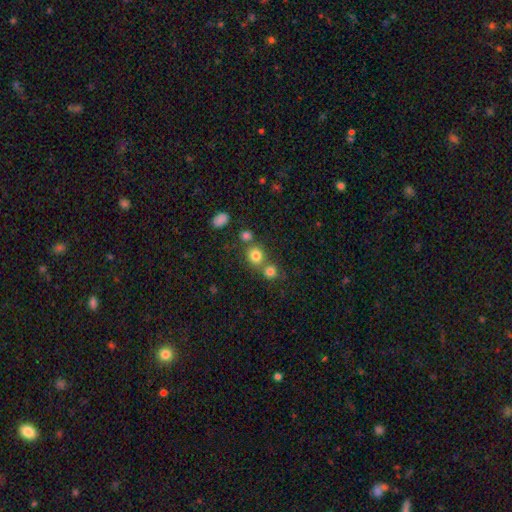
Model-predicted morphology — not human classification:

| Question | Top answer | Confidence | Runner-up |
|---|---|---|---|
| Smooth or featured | smooth | 79% | star or artifact (14%) |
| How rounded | round | 85% | in between (14%) |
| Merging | none | 61% | merger (29%) |